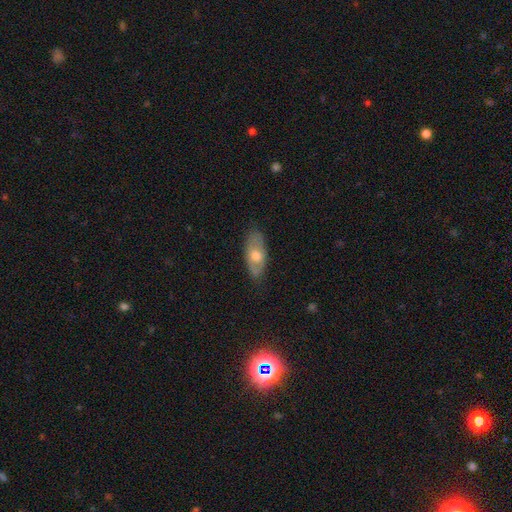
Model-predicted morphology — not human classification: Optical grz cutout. It shows a smooth galaxy with no disk features (49%). Merging: none (79%).